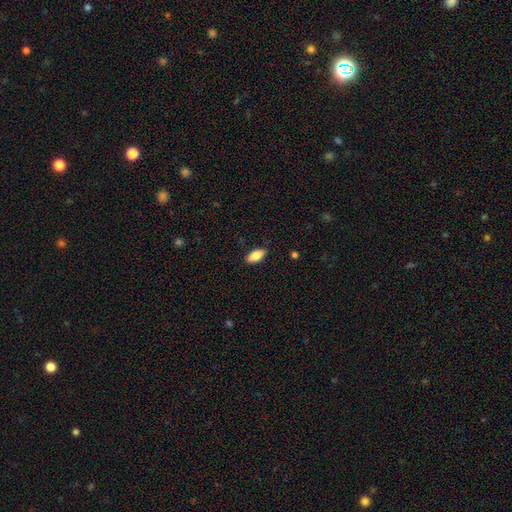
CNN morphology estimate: This appears to be a smooth galaxy with no disk features (82%) that is in between round and cigar-shaped (87%). Merging: none (88%).